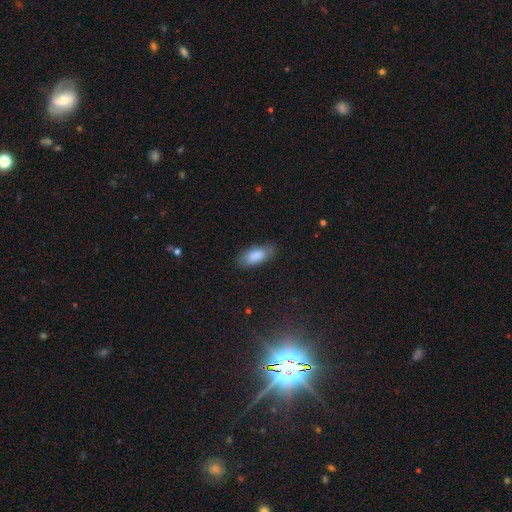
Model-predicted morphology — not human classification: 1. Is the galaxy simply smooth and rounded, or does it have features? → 86% smooth, 7% featured or disk, 7% star or artifact.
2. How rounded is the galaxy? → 86% in between, 12% cigar-shaped, 2% round.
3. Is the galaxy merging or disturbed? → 77% none, 17% minor disturbance, 4% major disturbance, 1% merger.